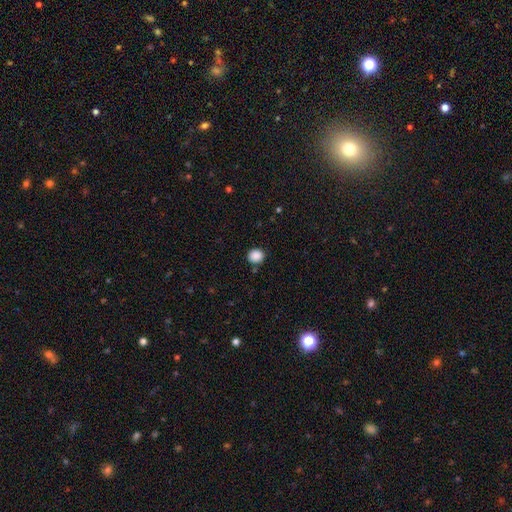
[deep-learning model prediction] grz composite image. It shows a smooth galaxy with no disk features (88%) that is round (83%). Merging: none (86%).